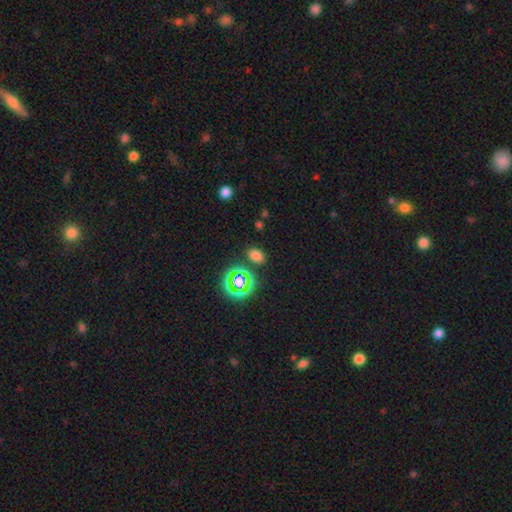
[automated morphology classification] smooth-or-featured: smooth: 69% | star or artifact: 25% | featured or disk: 6%
  how-rounded: in between: 75% | round: 24% | cigar-shaped: 2%
  merging: none: 82% | minor disturbance: 10% | merger: 4% | major disturbance: 3%